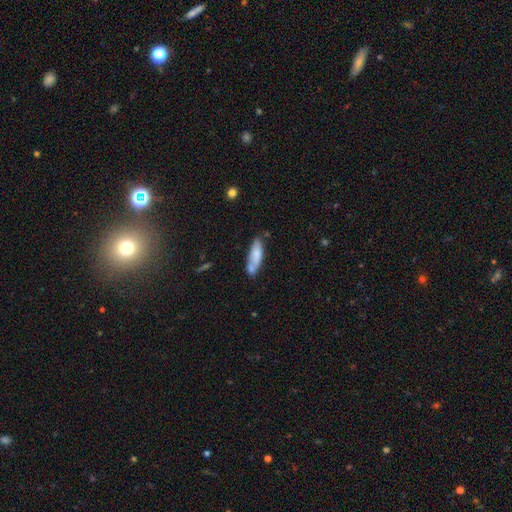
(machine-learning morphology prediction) This is likely a smooth galaxy (74%). How rounded: possibly cigar-shaped (56%). Merging: possibly none (55%).